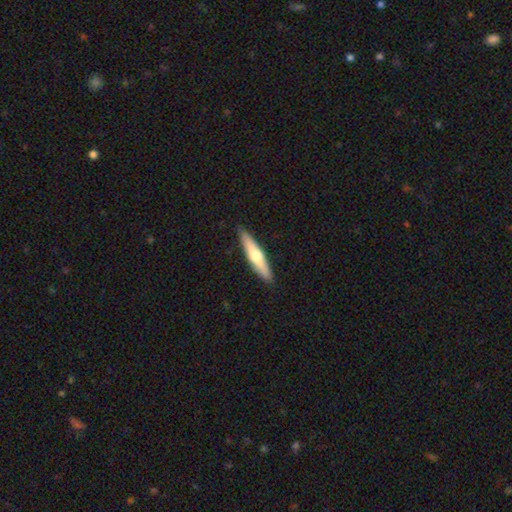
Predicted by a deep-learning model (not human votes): Smooth or featured: smooth — 49% (featured or disk — 46%)
Merging: none — 90% (minor disturbance — 8%)